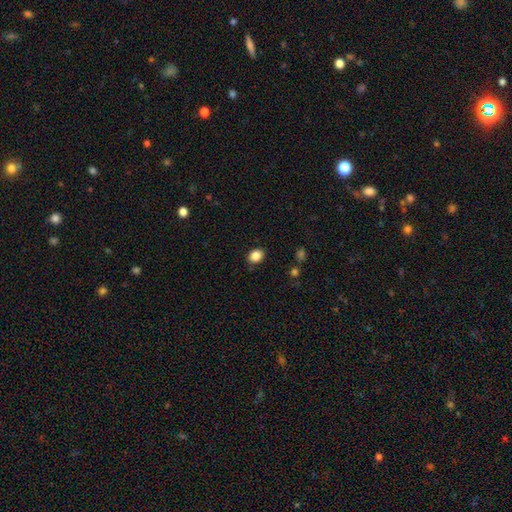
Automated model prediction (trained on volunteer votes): Overall: smooth (86%). How rounded: in between (54%; round 45%). Merging: none (86%).